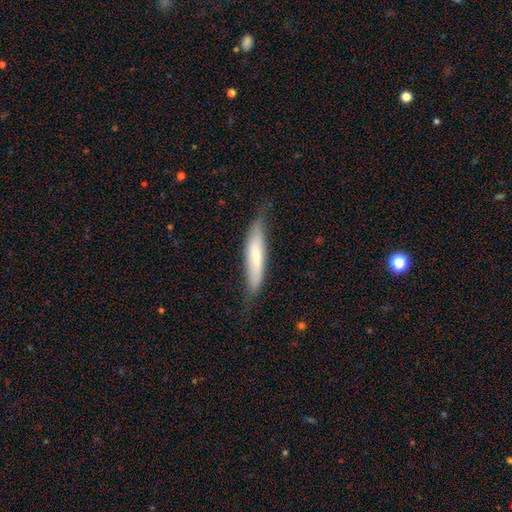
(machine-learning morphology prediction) Q: Smooth or featured?
A: smooth (57%); runner-up: featured or disk (38%)
Q: How rounded?
A: cigar-shaped (81%); runner-up: in between (17%)
Q: Merging?
A: none (67%); runner-up: minor disturbance (25%)